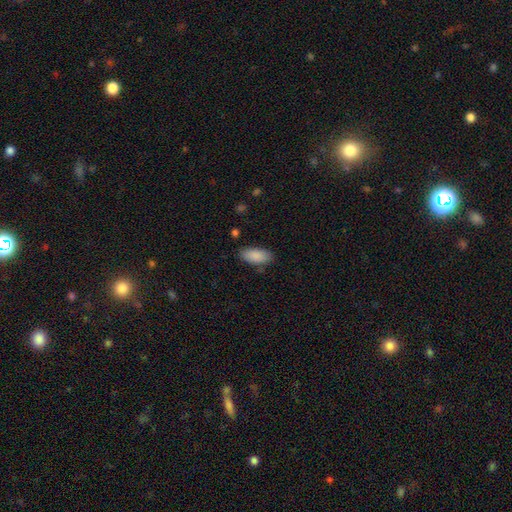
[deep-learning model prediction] A smooth galaxy with no disk features (89%) that is in between round and cigar-shaped (90%). Merging: none (83%).